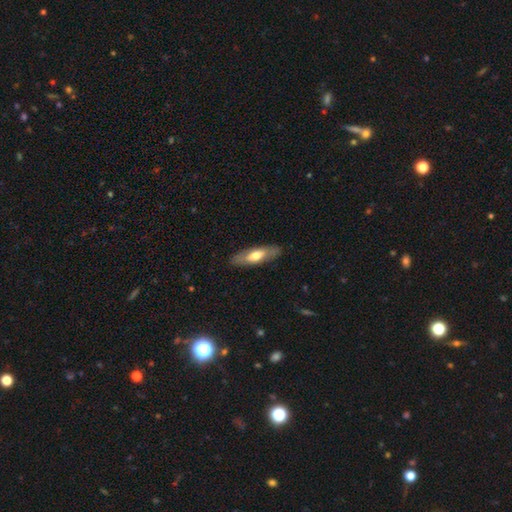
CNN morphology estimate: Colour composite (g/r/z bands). It shows a smooth galaxy with no disk features (54%) that is in between round and cigar-shaped (52%). Merging: none (86%).